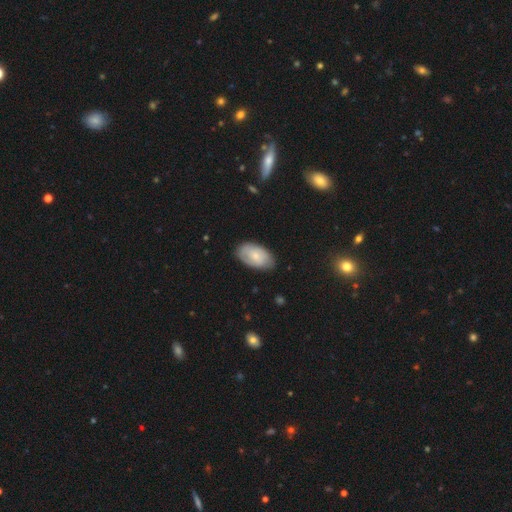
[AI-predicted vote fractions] Overall: smooth (63%; featured or disk 30%). How rounded: in between (93%). Merging: none (77%).